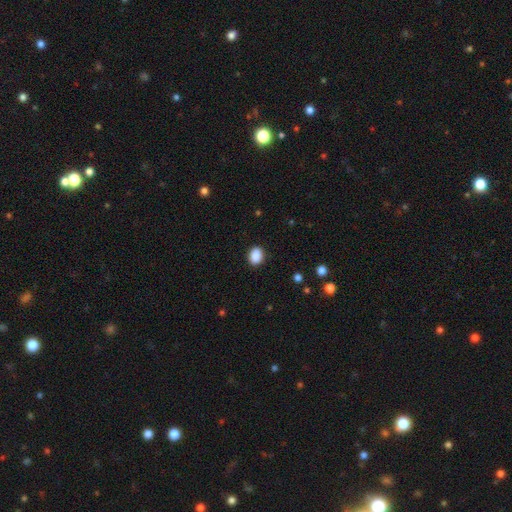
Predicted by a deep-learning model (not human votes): The model was most divided on "how rounded": in between: 63%, round: 35%, cigar-shaped: 1%. More confident: smooth or featured — smooth (89%); merging — none (88%).